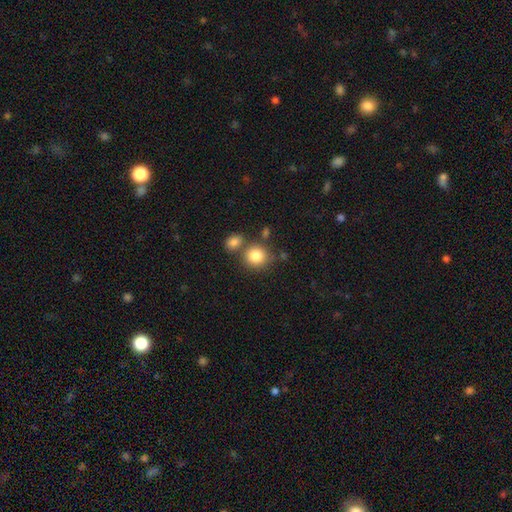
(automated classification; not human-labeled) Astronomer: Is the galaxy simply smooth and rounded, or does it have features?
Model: smooth — 84%.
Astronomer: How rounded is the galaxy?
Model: round — 86%.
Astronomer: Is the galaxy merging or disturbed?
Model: none — 65%.